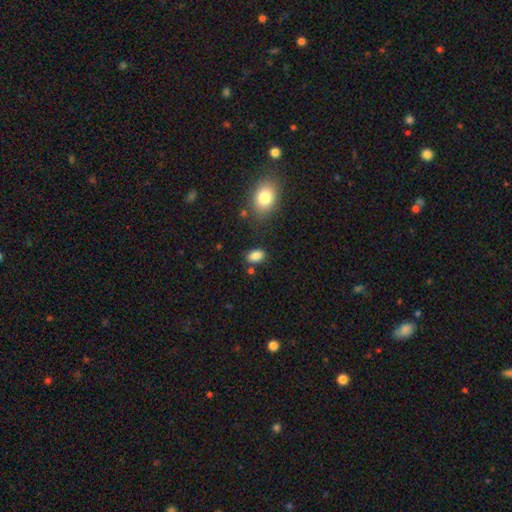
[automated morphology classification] type=smooth (85%); roundness=in between (87%); merging=none (76%).